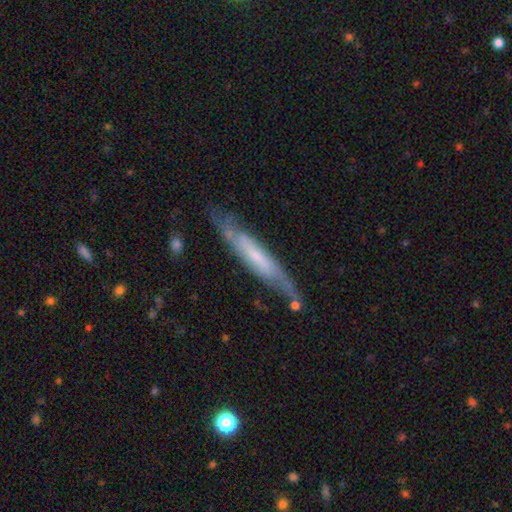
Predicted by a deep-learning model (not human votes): The model was most divided on "edge-on disk": yes: 53%, no: 47%. More confident: smooth or featured — featured or disk (68%); merging — none (67%).